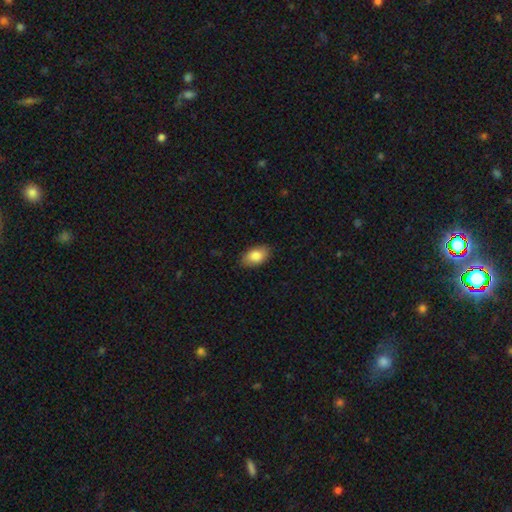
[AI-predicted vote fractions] Morphology: type=smooth (85%); roundness=in between (92%); merging=none (85%).